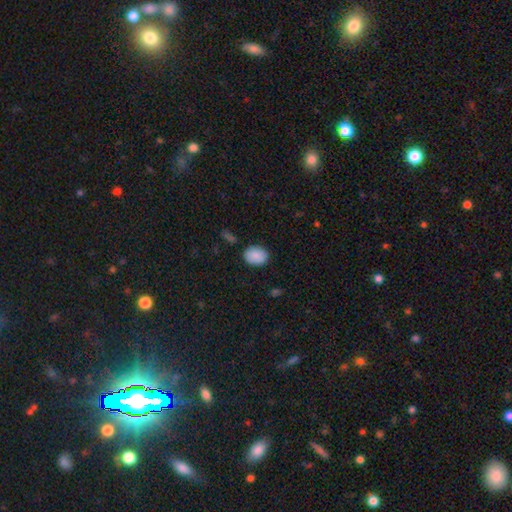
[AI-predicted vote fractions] Overall: smooth (88%). How rounded: in between (57%; round 42%). Merging: none (83%).